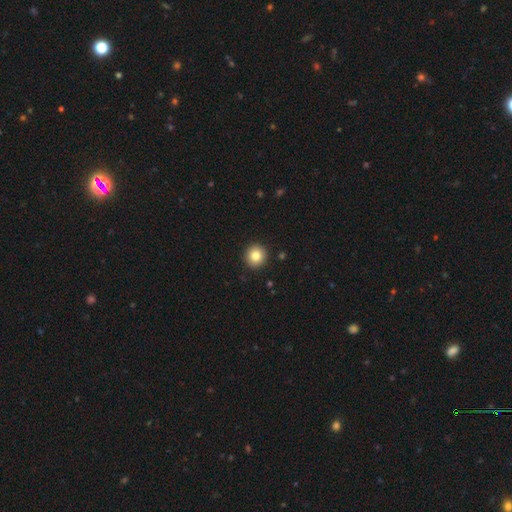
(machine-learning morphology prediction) A smooth galaxy with no disk features (82%) that is round (94%).

Vote fractions:
- Smooth or featured? smooth: 82% / star or artifact: 10% / featured or disk: 8%
- How rounded? round: 94% / in between: 5% / cigar-shaped: 1%
- Merging? none: 92% / minor disturbance: 5% / major disturbance: 2% / merger: 1%